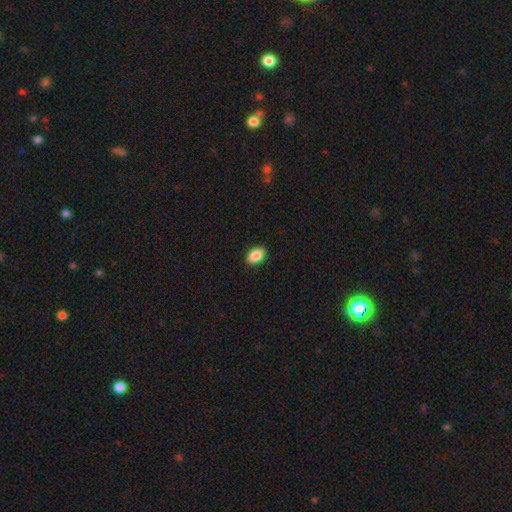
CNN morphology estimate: This is clearly a smooth galaxy (88%). How rounded: clearly in between (91%). Merging: clearly none (89%).